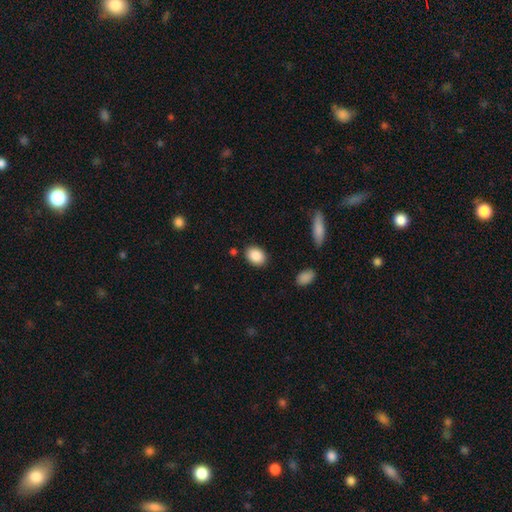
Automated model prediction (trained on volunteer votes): This appears to be a smooth galaxy with no disk features (88%) that is in between round and cigar-shaped (68%). Merging: none (86%).